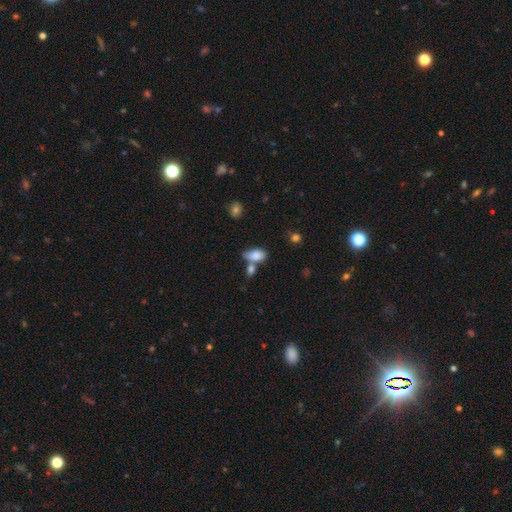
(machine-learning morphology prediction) smooth-or-featured: smooth: 83% | featured or disk: 9% | star or artifact: 8%
  how-rounded: in between: 90% | round: 7% | cigar-shaped: 3%
  merging: none: 39% | merger: 37% | minor disturbance: 17% | major disturbance: 7%